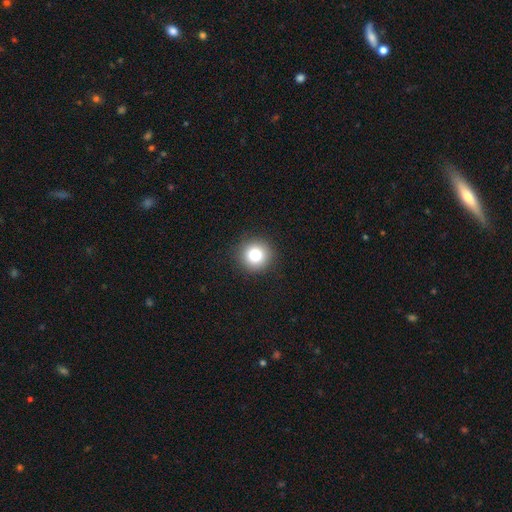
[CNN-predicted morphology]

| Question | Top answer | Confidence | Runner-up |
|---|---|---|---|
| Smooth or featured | smooth | 80% | star or artifact (12%) |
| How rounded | round | 94% | in between (5%) |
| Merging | none | 92% | minor disturbance (5%) |